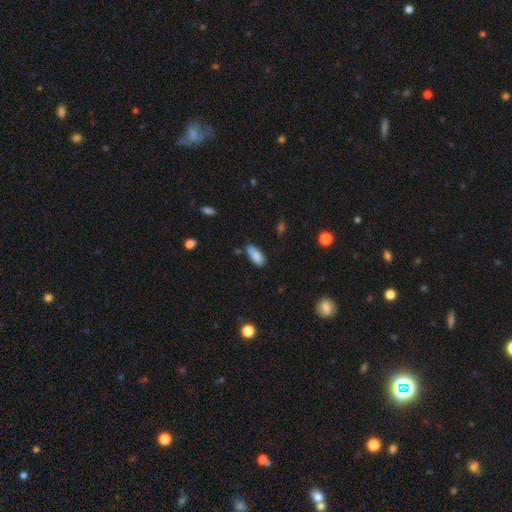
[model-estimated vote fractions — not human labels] Smooth or featured: smooth — 81% (featured or disk — 12%)
How rounded: in between — 86% (cigar-shaped — 12%)
Merging: none — 59% (minor disturbance — 24%)